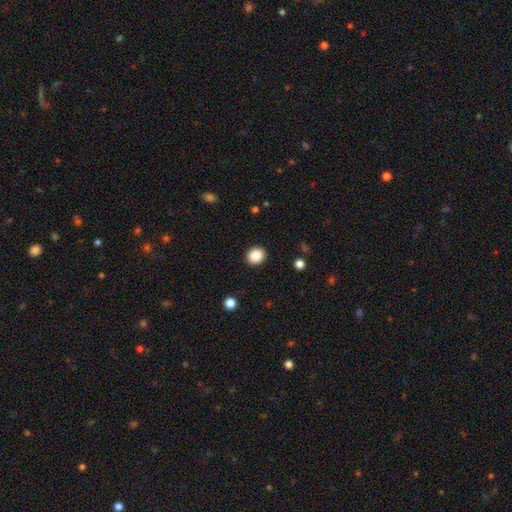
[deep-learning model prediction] The model was most divided on "how rounded": round: 75%, in between: 24%, cigar-shaped: 1%. More confident: merging — none (91%); smooth or featured — smooth (87%).